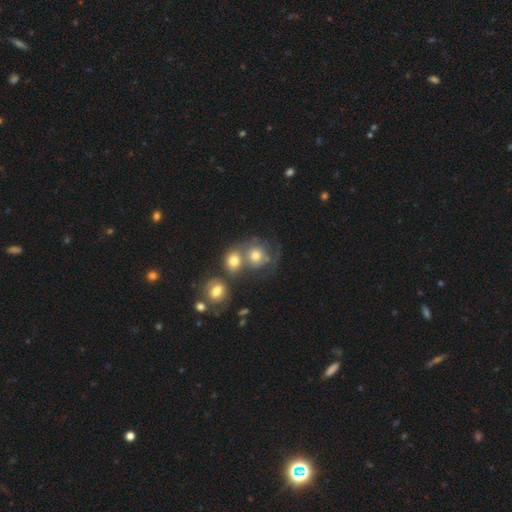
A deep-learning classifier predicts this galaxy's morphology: Smooth or featured? smooth (63%)
How rounded? round (78%)
Merging? merger (48%)